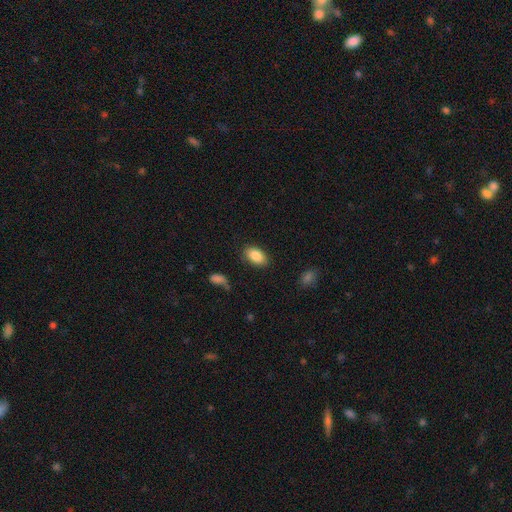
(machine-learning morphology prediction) A smooth galaxy with no disk features (87%) that is in between round and cigar-shaped (93%).

Vote fractions:
- Smooth or featured? smooth: 87% / star or artifact: 7% / featured or disk: 6%
- How rounded? in between: 93% / round: 5% / cigar-shaped: 2%
- Merging? none: 85% / minor disturbance: 10% / major disturbance: 3% / merger: 2%